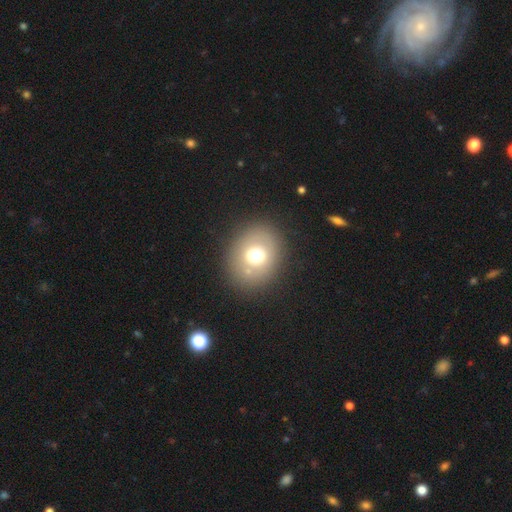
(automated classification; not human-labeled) Smooth or featured? Predicted: smooth (p=0.66). How rounded? Predicted: round (p=0.69). Merging? Predicted: none (p=0.83).